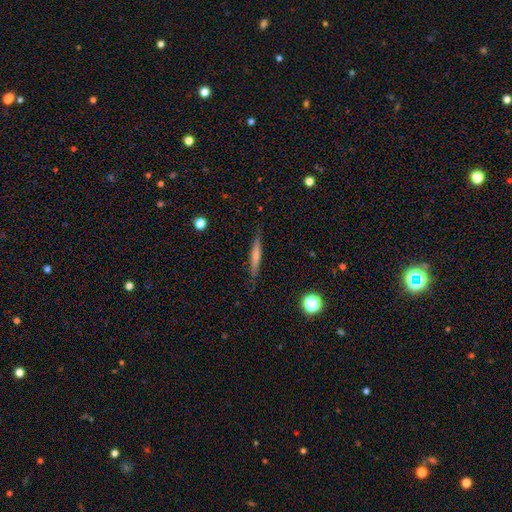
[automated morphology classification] Smooth or featured?
  - smooth: 55% *
  - featured or disk: 38%
  - star or artifact: 7%
How rounded?
  - cigar-shaped: 93% *
  - in between: 5%
  - round: 2%
Merging?
  - none: 85% *
  - minor disturbance: 11%
  - major disturbance: 2%
  - merger: 1%